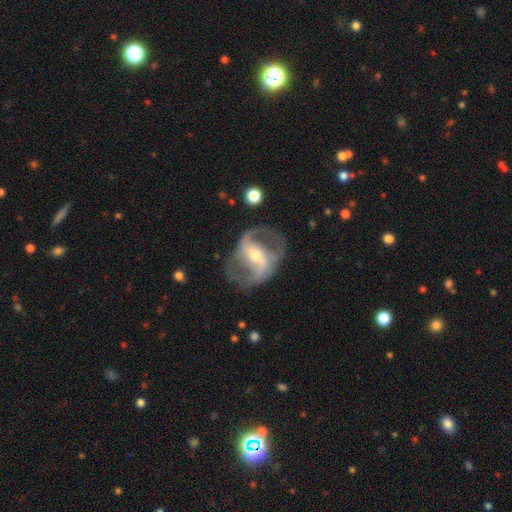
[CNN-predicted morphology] featured or disk 86%, smooth 8%, star or artifact 6%. Down the decision tree: edge-on disk — no (96%); bar — strong (47%); spiral arms — yes (90%); spiral arm count — 2 (87%); spiral winding — medium (48%); bulge size — moderate (53%); merging — none (69%).